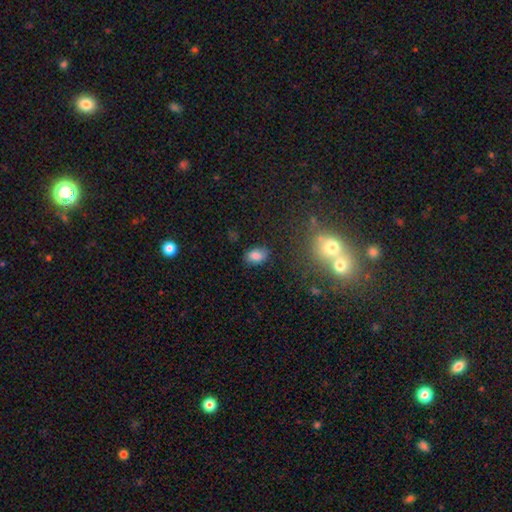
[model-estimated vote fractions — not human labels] Smooth or featured? Predicted: smooth (p=0.81). How rounded? Predicted: in between (p=0.86). Merging? Predicted: none (p=0.79).